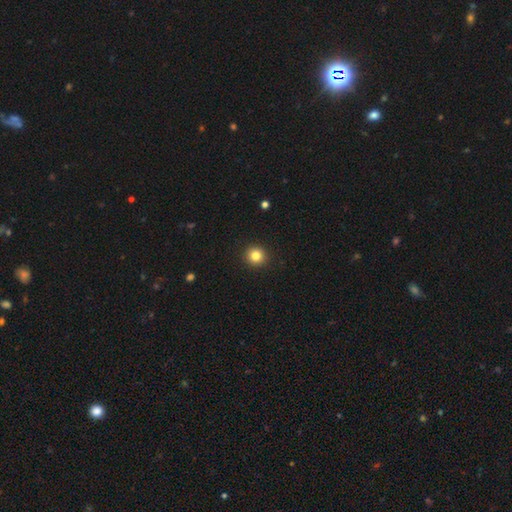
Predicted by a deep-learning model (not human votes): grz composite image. It shows a smooth galaxy with no disk features (83%) that is round (93%). Merging: none (93%).